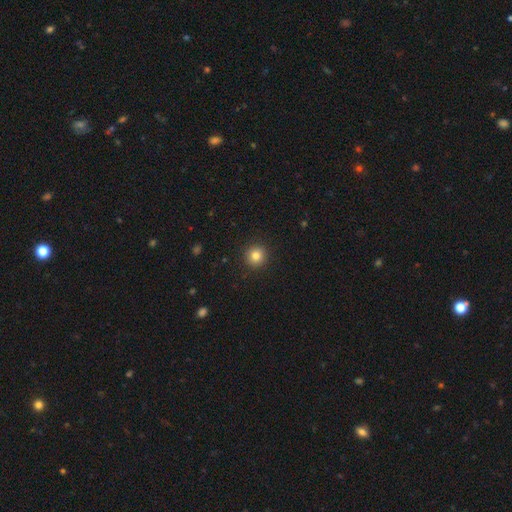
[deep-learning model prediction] A smooth galaxy with no disk features (82%) that is round (93%).

Vote fractions:
- Smooth or featured? smooth: 82% / star or artifact: 12% / featured or disk: 6%
- How rounded? round: 93% / in between: 6% / cigar-shaped: 1%
- Merging? none: 92% / minor disturbance: 5% / major disturbance: 2% / merger: 1%